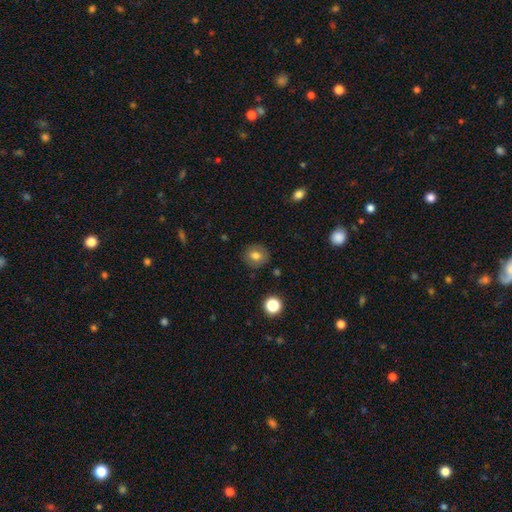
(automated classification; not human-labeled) The model was most divided on "smooth or featured": smooth: 77%, featured or disk: 12%, star or artifact: 11%. More confident: merging — none (87%); how rounded — round (83%).